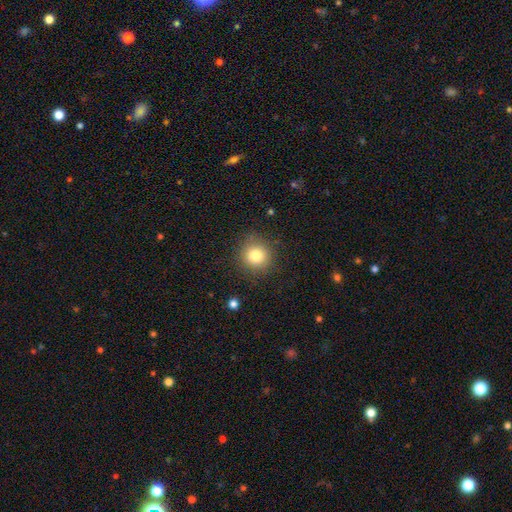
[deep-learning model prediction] smooth-or-featured: smooth: 81% | star or artifact: 12% | featured or disk: 8%
  how-rounded: round: 91% | in between: 8% | cigar-shaped: 1%
  merging: none: 86% | minor disturbance: 9% | major disturbance: 3% | merger: 1%